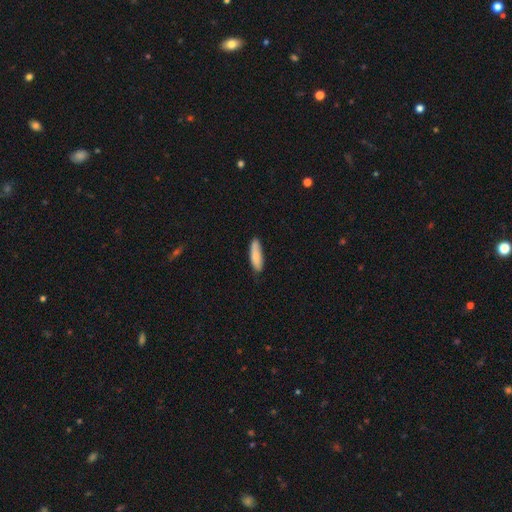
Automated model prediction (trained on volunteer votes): smooth-or-featured: smooth: 84% | featured or disk: 11% | star or artifact: 6%
  how-rounded: cigar-shaped: 59% | in between: 40% | round: 2%
  merging: none: 80% | minor disturbance: 17% | major disturbance: 2% | merger: 1%